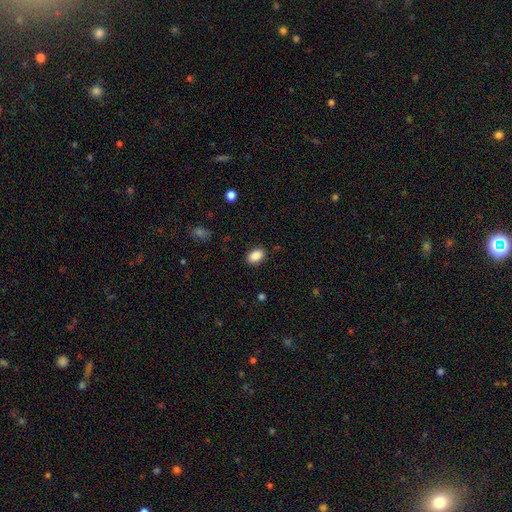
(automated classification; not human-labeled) Smooth or featured?
  - smooth: 88% *
  - star or artifact: 8%
  - featured or disk: 4%
How rounded?
  - in between: 88% *
  - round: 11%
  - cigar-shaped: 1%
Merging?
  - none: 86% *
  - minor disturbance: 10%
  - major disturbance: 3%
  - merger: 1%